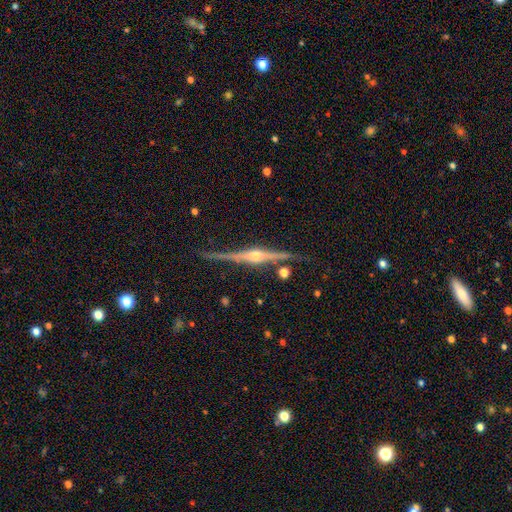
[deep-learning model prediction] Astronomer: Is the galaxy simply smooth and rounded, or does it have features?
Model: featured or disk — 90%.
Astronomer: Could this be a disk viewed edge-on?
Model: yes — 98%.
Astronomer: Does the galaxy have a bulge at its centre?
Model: rounded — 93%.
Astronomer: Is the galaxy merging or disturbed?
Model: none — 85%.